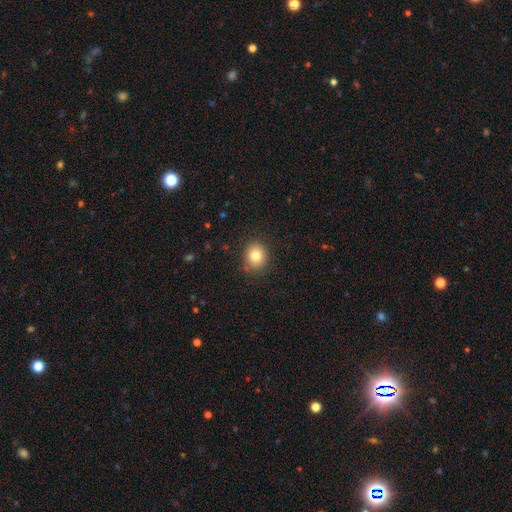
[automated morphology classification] smooth-or-featured: smooth: 80% | star or artifact: 11% | featured or disk: 9%
  how-rounded: round: 72% | in between: 27% | cigar-shaped: 1%
  merging: none: 87% | minor disturbance: 9% | major disturbance: 3% | merger: 1%